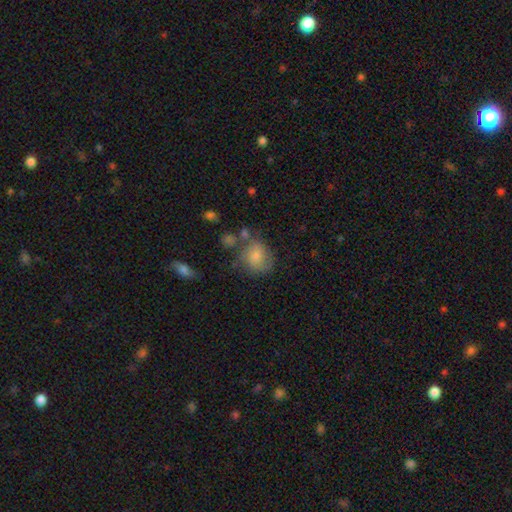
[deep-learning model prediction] Smooth or featured? smooth (65%)
How rounded? round (67%)
Merging? none (60%)